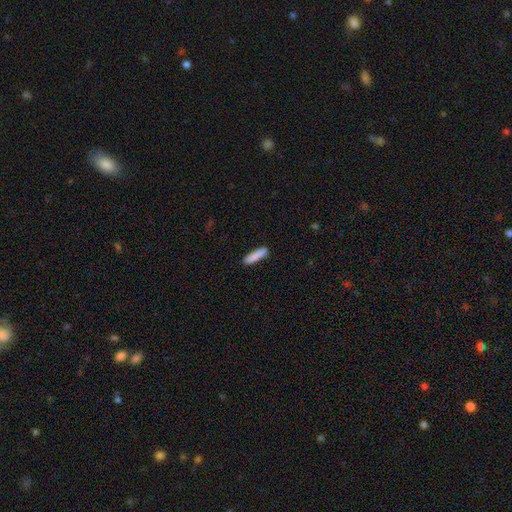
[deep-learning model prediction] Smooth or featured?
  - smooth: 87% *
  - featured or disk: 7%
  - star or artifact: 6%
How rounded?
  - cigar-shaped: 87% *
  - in between: 11%
  - round: 1%
Merging?
  - none: 90% *
  - minor disturbance: 7%
  - major disturbance: 2%
  - merger: 1%